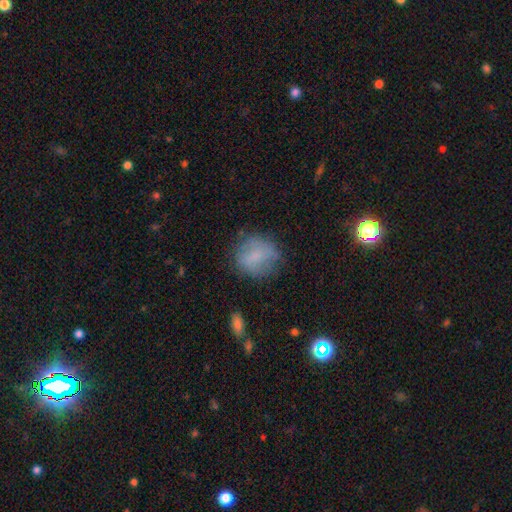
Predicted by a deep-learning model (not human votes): Overall: smooth (69%). How rounded: round (71%). Merging: none (69%).